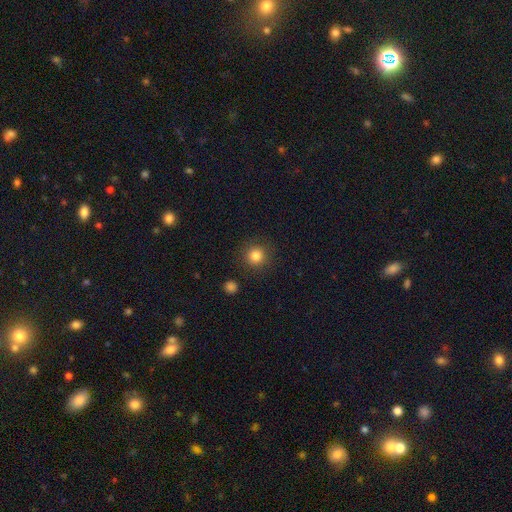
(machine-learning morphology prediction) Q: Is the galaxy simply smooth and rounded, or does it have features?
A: smooth — 83%.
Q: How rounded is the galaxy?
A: round — 94%.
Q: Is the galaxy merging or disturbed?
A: none — 89%.